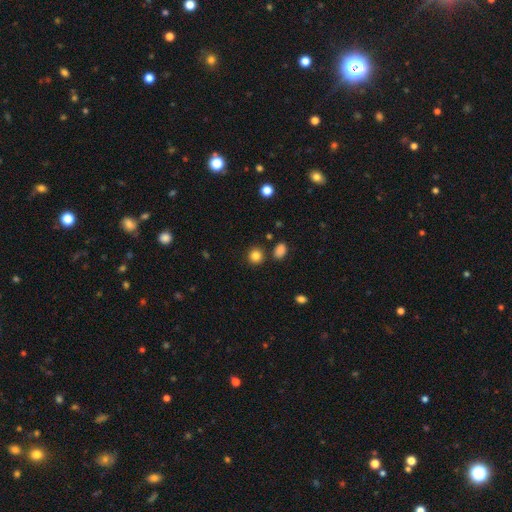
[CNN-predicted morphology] Smooth or featured? Predicted: smooth (p=0.84). How rounded? Predicted: round (p=0.85). Merging? Predicted: none (p=0.84).